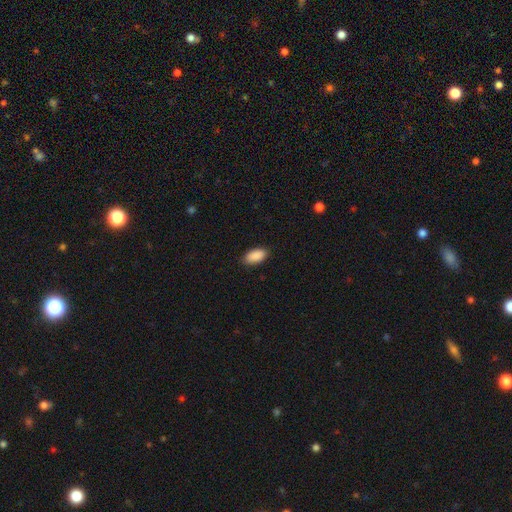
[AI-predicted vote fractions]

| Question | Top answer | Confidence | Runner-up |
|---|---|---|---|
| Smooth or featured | smooth | 90% | star or artifact (6%) |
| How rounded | in between | 94% | cigar-shaped (4%) |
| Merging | none | 85% | minor disturbance (12%) |